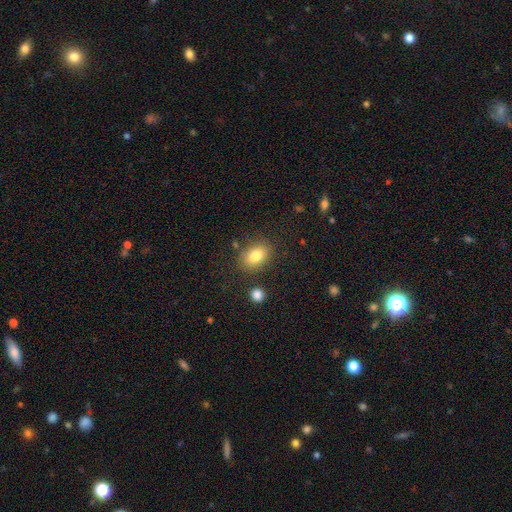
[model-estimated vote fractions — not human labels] Smooth or featured: smooth — 81% (featured or disk — 10%)
How rounded: in between — 76% (round — 23%)
Merging: none — 79% (minor disturbance — 12%)